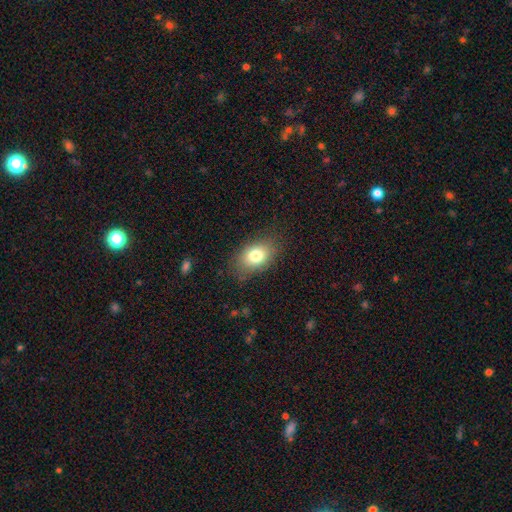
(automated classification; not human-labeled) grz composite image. It shows a smooth galaxy with no disk features (79%) that is in between round and cigar-shaped (81%). Merging: none (78%).